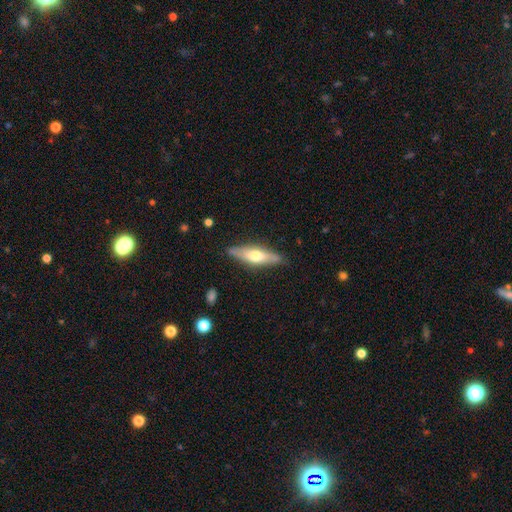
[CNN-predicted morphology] This is possibly a smooth galaxy (51%). How rounded: likely cigar-shaped (61%). Merging: clearly none (83%).